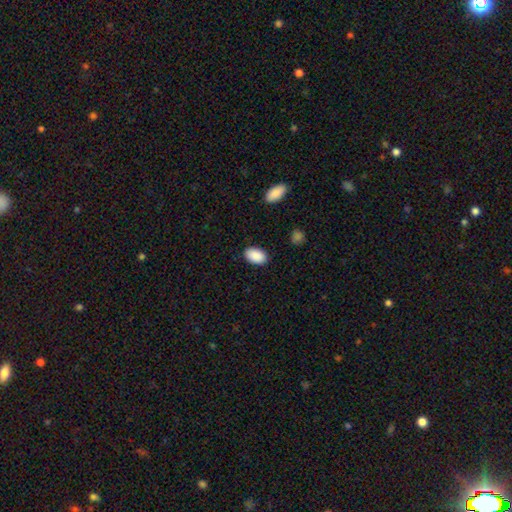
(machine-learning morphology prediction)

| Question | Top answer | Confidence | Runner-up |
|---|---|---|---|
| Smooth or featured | smooth | 90% | star or artifact (7%) |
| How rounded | in between | 91% | round (7%) |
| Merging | none | 87% | minor disturbance (9%) |